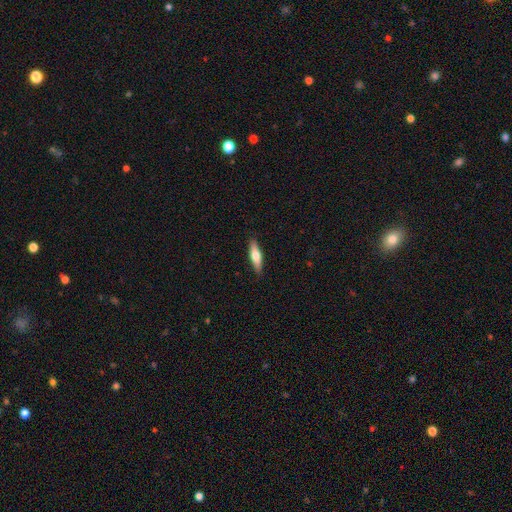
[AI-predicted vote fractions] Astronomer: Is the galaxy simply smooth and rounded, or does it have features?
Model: smooth — 64%.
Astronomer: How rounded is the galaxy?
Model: cigar-shaped — 65%.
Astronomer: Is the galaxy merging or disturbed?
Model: none — 87%.